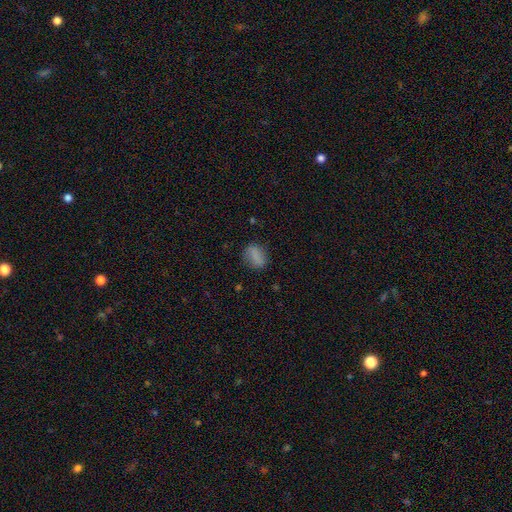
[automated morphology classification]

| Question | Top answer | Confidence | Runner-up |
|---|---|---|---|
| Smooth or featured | smooth | 78% | featured or disk (12%) |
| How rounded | in between | 64% | round (33%) |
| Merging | none | 78% | minor disturbance (15%) |